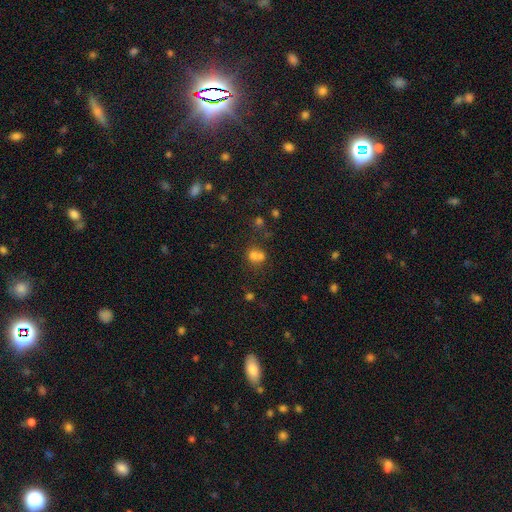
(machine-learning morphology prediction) Smooth or featured? Predicted: smooth (p=0.67). How rounded? Predicted: round (p=0.71). Merging? Predicted: merger (p=0.55).